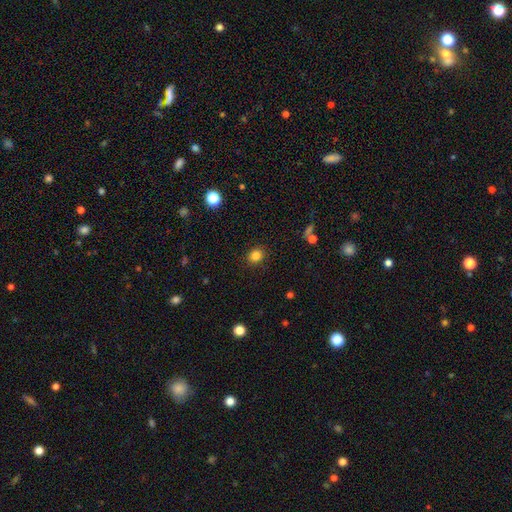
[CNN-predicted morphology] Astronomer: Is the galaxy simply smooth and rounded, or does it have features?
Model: smooth — 83%.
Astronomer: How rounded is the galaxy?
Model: round — 76%.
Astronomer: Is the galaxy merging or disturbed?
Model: none — 90%.